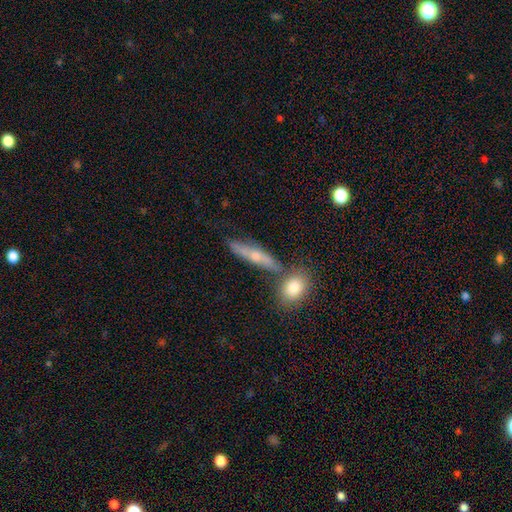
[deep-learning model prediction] Smooth or featured? Predicted: smooth (p=0.46). Merging? Predicted: none (p=0.63).